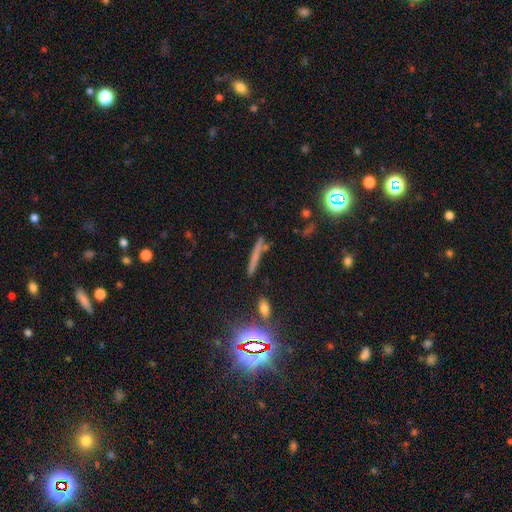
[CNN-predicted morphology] This appears to be a smooth galaxy with no disk features (52%) that is cigar-shaped (90%). Merging: none (77%).